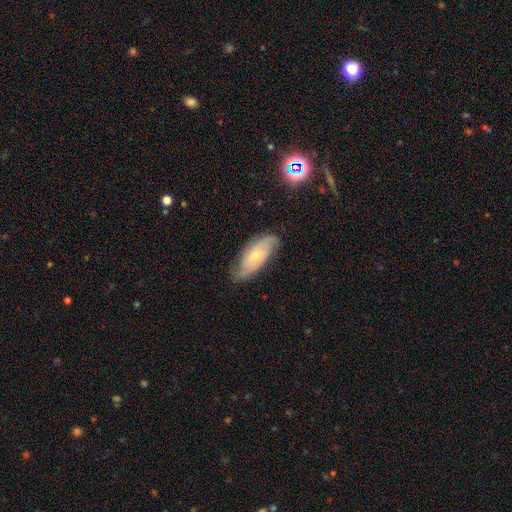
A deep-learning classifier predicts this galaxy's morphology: Smooth or featured? featured or disk (65%)
Edge-on disk? no (89%)
Bar? no (71%)
Spiral arms? yes (90%)
Spiral winding? medium (40%)
Spiral arm count? 2 (68%)
Bulge size? small (59%)
Merging? none (75%)